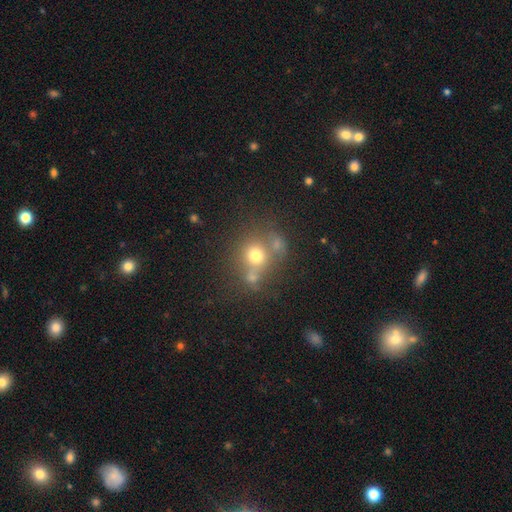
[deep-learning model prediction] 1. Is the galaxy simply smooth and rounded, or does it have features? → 67% smooth, 17% star or artifact, 16% featured or disk.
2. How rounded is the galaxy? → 82% round, 17% in between, 1% cigar-shaped.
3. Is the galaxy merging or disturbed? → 49% none, 30% merger, 13% minor disturbance, 8% major disturbance.